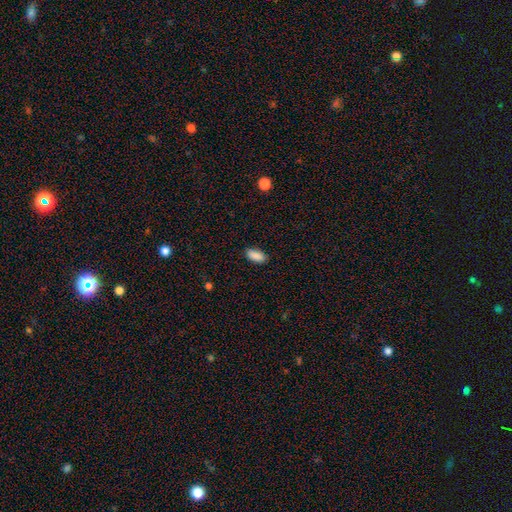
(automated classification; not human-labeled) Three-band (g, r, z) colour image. It shows a smooth galaxy with no disk features (89%) that is in between round and cigar-shaped (89%). Merging: none (87%).